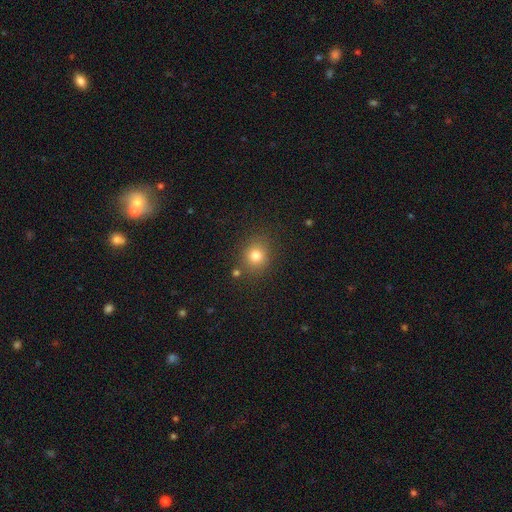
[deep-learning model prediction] A smooth galaxy with no disk features (79%) that is round (79%). Merging: none (81%).